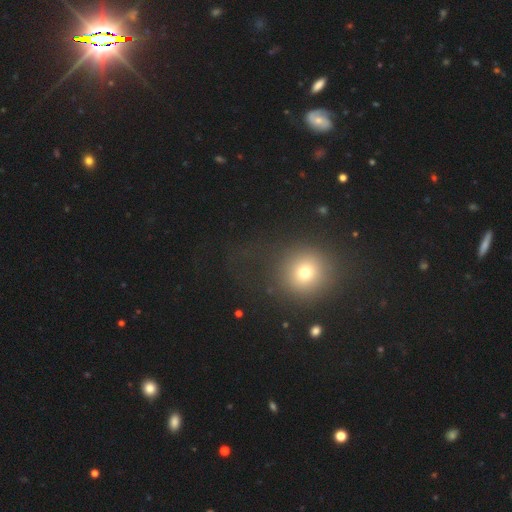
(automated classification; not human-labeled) smooth 53%, star or artifact 37%, featured or disk 10%. Down the decision tree: how rounded — round (86%); merging — none (81%).